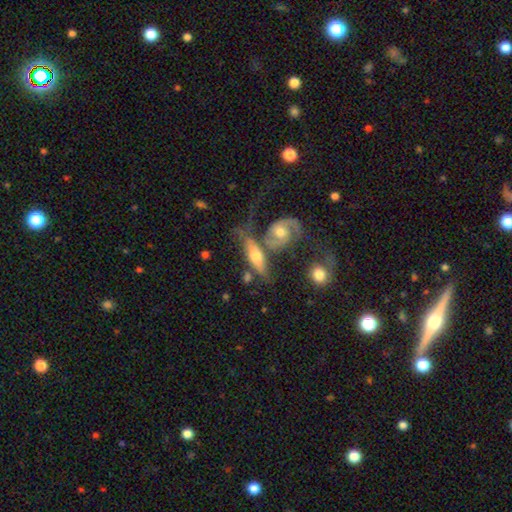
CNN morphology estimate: This appears to be a featured or disk galaxy (56%). Merging: merger (39%).